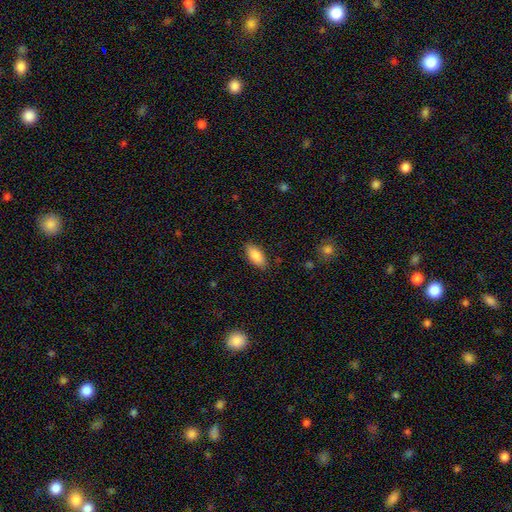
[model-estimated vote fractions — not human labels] smooth_or_featured: smooth (p=0.86) [alt: featured or disk p=0.07]
how_rounded: in between (p=0.87) [alt: cigar-shaped p=0.11]
merging: none (p=0.85) [alt: minor disturbance p=0.11]